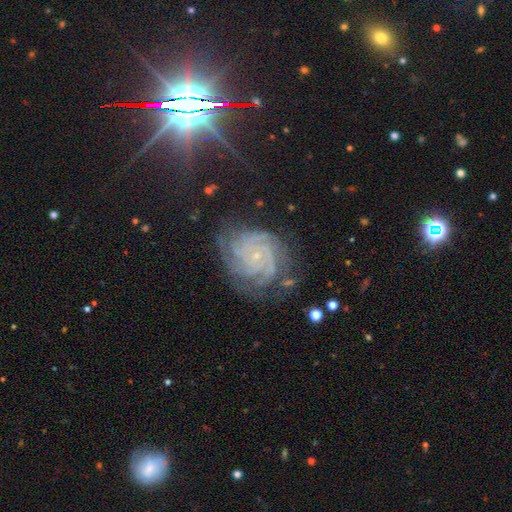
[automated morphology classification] featured or disk 81%, star or artifact 12%, smooth 7%. Down the decision tree: edge-on disk — no (97%); bar — no (79%); spiral arms — yes (98%); spiral arm count — 4 (27%); spiral winding — tight (76%); bulge size — small (86%); merging — none (73%).